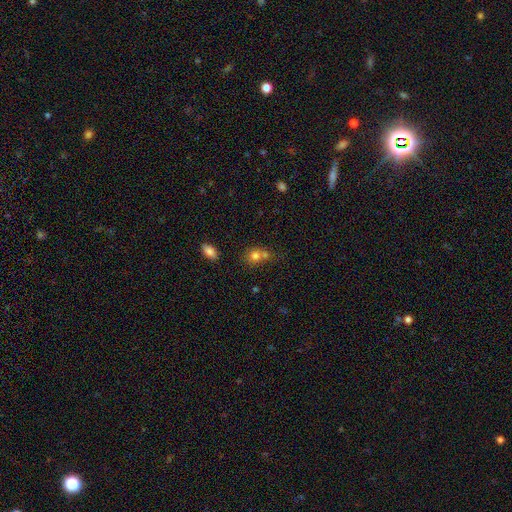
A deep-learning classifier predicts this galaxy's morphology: type=smooth (76%); roundness=round (73%); merging=merger (46%).